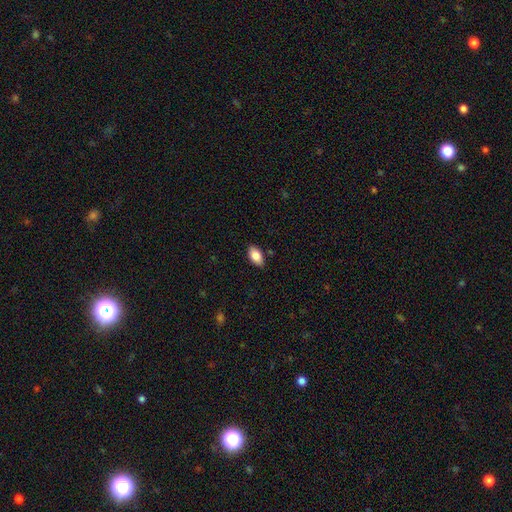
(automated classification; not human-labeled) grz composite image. It shows a smooth galaxy with no disk features (84%) that is in between round and cigar-shaped (93%). Merging: none (85%).